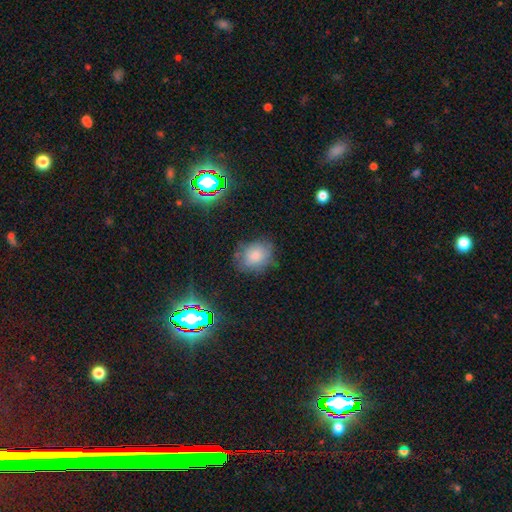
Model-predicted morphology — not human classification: A smooth galaxy with no disk features (74%) that is round (52%). Merging: none (68%).